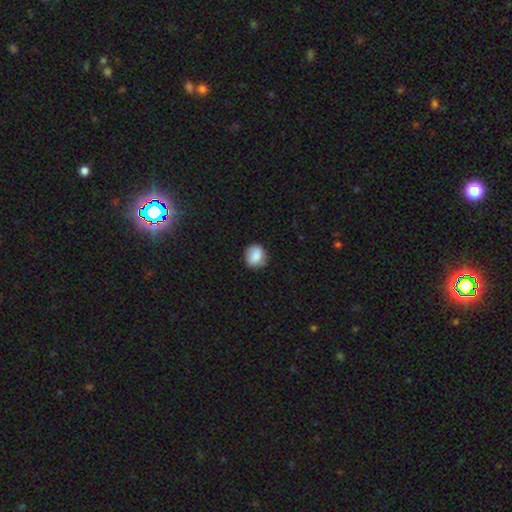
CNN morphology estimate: A smooth galaxy with no disk features (86%) that is round (81%).

Vote fractions:
- Smooth or featured? smooth: 86% / star or artifact: 8% / featured or disk: 6%
- How rounded? round: 81% / in between: 18% / cigar-shaped: 1%
- Merging? none: 82% / minor disturbance: 14% / major disturbance: 3% / merger: 1%